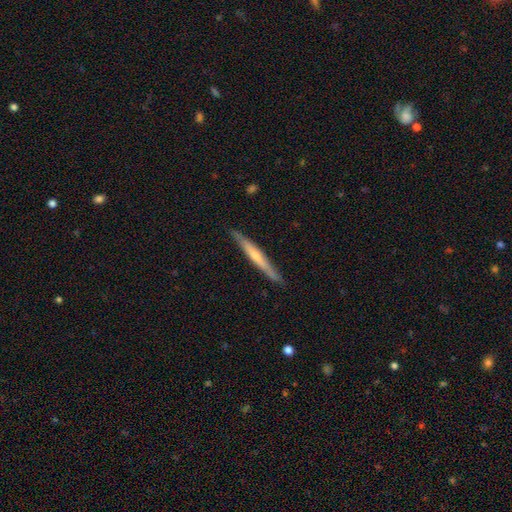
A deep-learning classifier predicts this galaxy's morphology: Smooth or featured? featured or disk (54%)
Edge-on disk? yes (96%)
Edge-on bulge? rounded (48%)
Merging? none (89%)